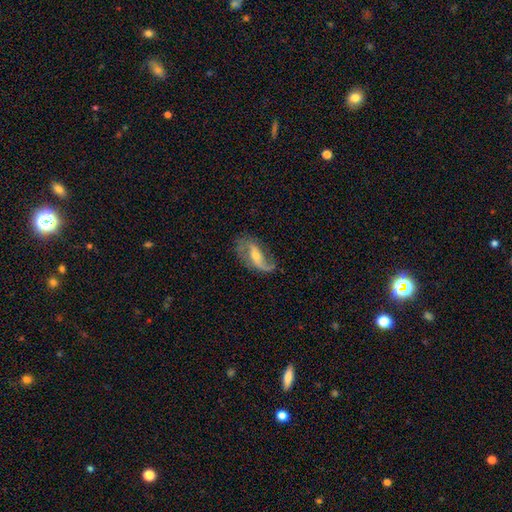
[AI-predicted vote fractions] Smooth or featured? featured or disk (83%)
Edge-on disk? no (94%)
Bar? weak (39%)
Spiral arms? yes (93%)
Spiral winding? loose (68%)
Spiral arm count? 2 (75%)
Bulge size? small (49%)
Merging? none (62%)